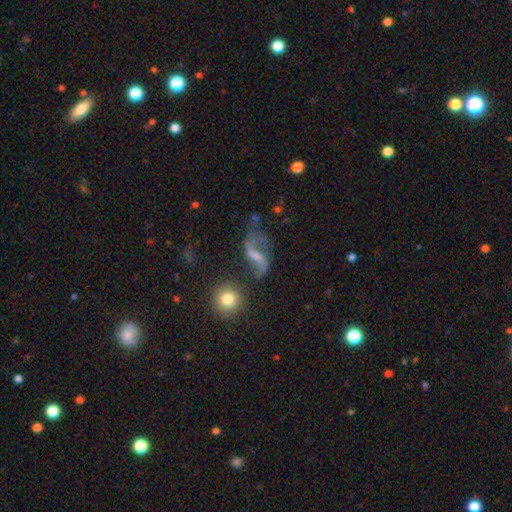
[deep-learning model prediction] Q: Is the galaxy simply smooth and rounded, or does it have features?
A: featured or disk — 74%.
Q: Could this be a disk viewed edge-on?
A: no — 94%.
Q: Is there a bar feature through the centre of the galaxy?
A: weak — 45%.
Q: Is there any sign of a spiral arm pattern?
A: yes — 86%.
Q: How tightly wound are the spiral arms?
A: loose — 81%.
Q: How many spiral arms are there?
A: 2 — 86%.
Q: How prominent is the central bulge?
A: small — 45%.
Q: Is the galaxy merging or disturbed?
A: none — 52%.